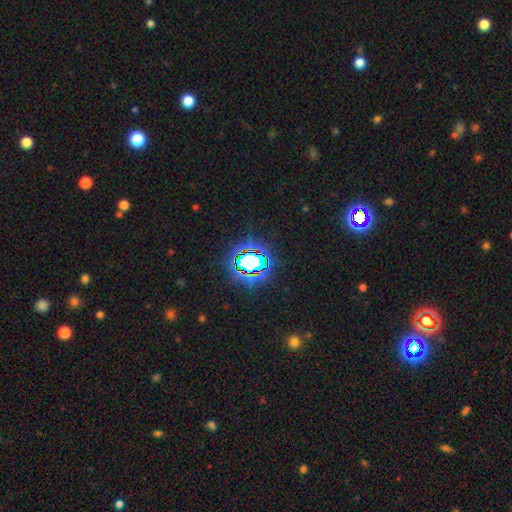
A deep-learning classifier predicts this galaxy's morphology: A star or artifact, not a galaxy (69%).

Vote fractions:
- Smooth or featured? star or artifact: 69% / smooth: 20% / featured or disk: 12%